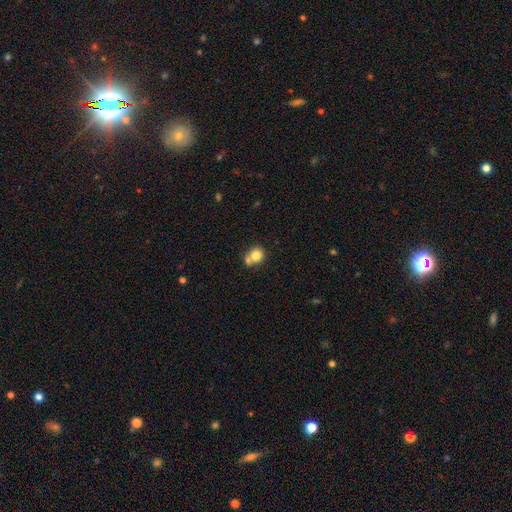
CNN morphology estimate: This is likely a smooth galaxy (79%). How rounded: clearly round (83%). Merging: possibly none (49%).